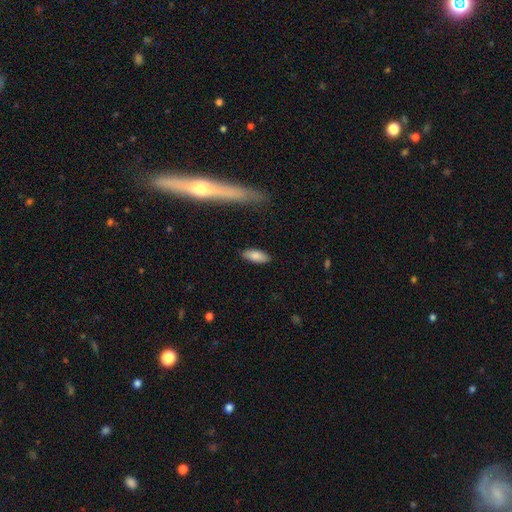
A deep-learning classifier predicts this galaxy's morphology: Overall: smooth (84%). How rounded: in between (81%). Merging: none (87%).